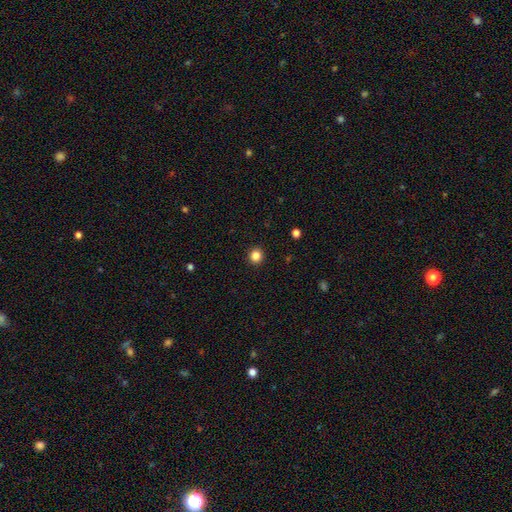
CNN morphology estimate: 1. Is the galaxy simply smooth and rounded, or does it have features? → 85% smooth, 12% star or artifact, 4% featured or disk.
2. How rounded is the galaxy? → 90% round, 9% in between, 1% cigar-shaped.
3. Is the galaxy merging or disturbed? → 93% none, 4% minor disturbance, 2% major disturbance, 1% merger.